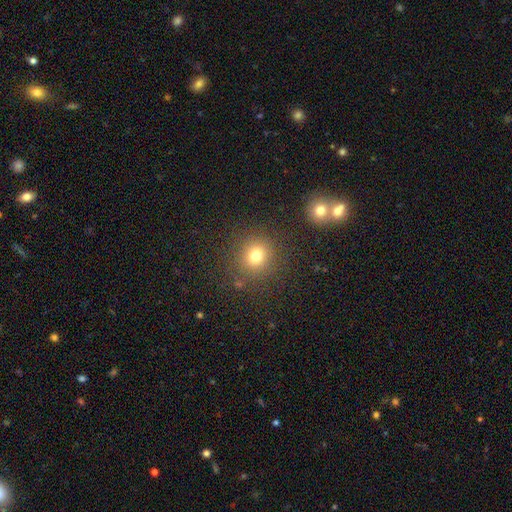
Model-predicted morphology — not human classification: smooth 75%, star or artifact 17%, featured or disk 8%. Down the decision tree: how rounded — round (88%); merging — none (85%).